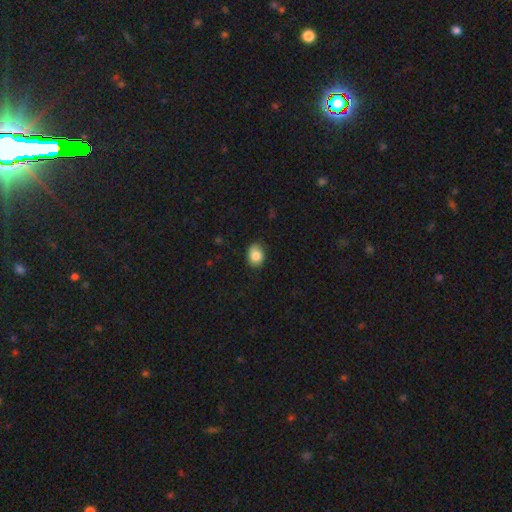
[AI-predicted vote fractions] smooth_or_featured: smooth (p=0.85) [alt: star or artifact p=0.08]
how_rounded: in between (p=0.61) [alt: round p=0.38]
merging: none (p=0.79) [alt: minor disturbance p=0.17]